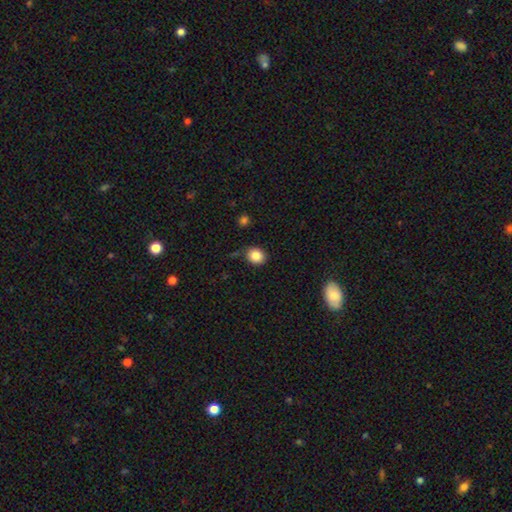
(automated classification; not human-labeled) Smooth or featured? Predicted: smooth (p=0.84). How rounded? Predicted: round (p=0.67). Merging? Predicted: none (p=0.83).